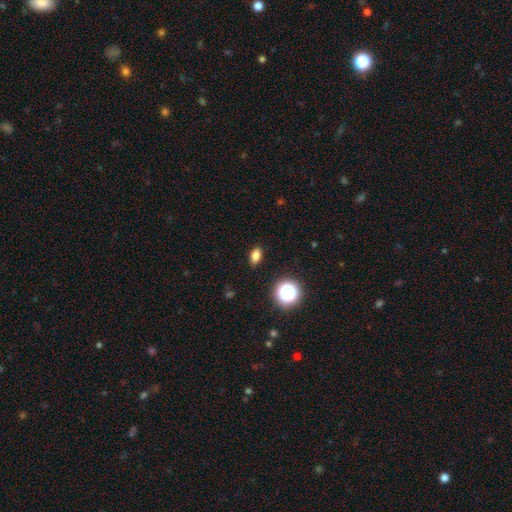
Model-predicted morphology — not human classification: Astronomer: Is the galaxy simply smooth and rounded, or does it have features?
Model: smooth — 79%.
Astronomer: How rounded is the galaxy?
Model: in between — 81%.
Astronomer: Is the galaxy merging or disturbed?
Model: none — 89%.